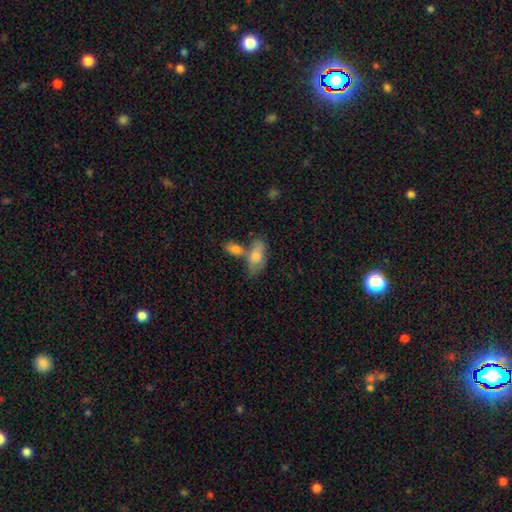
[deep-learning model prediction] Overall: smooth (73%). How rounded: in between (88%). Merging: merger (44%; none 35%).